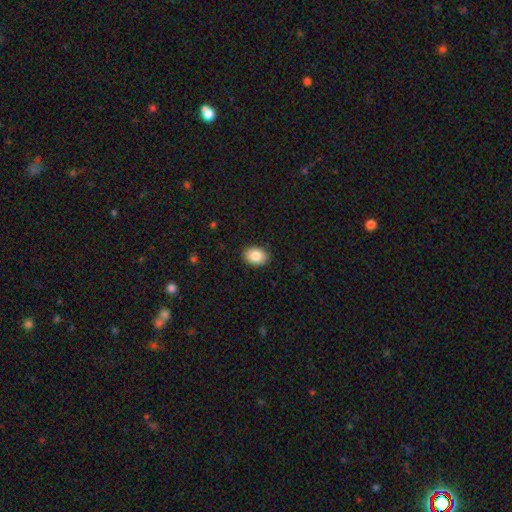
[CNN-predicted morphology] This is clearly a smooth galaxy (86%). How rounded: likely in between (72%). Merging: clearly none (90%).